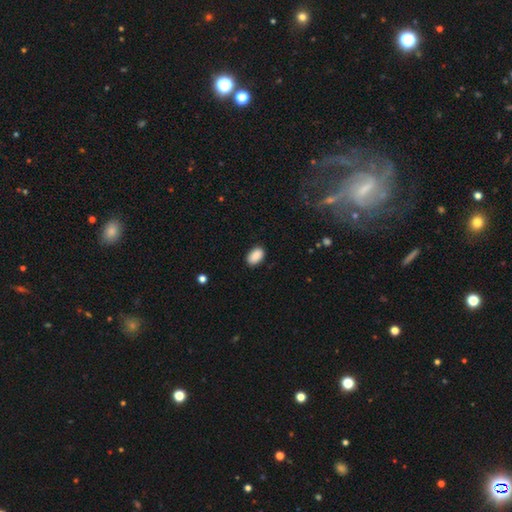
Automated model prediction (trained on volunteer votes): A smooth galaxy with no disk features (90%) that is in between round and cigar-shaped (92%).

Vote fractions:
- Smooth or featured? smooth: 90% / star or artifact: 7% / featured or disk: 3%
- How rounded? in between: 92% / round: 7% / cigar-shaped: 1%
- Merging? none: 88% / minor disturbance: 9% / major disturbance: 2% / merger: 1%